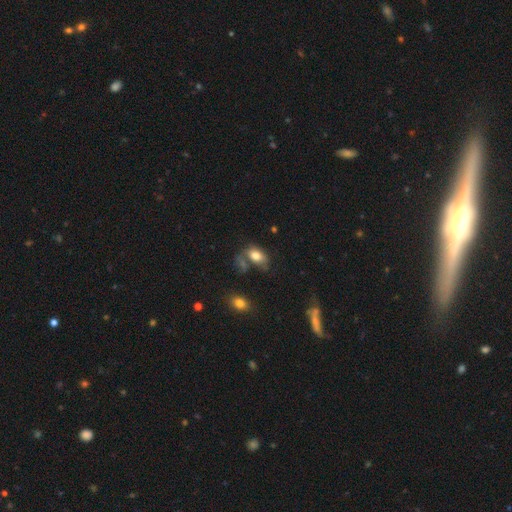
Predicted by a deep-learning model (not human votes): A smooth galaxy with no disk features (76%) that is in between round and cigar-shaped (86%). Merging: none (35%).